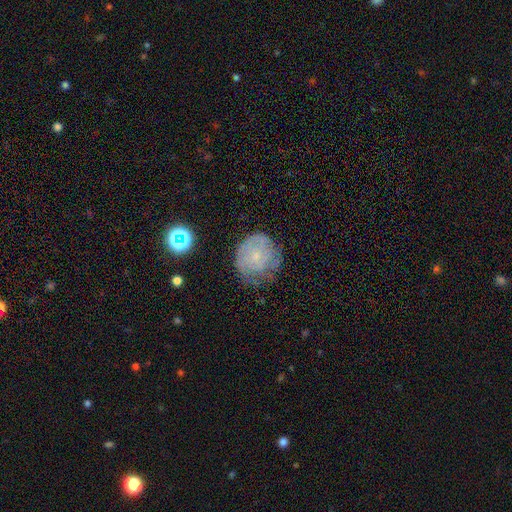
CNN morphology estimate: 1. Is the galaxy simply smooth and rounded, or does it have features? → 57% featured or disk, 33% smooth, 11% star or artifact.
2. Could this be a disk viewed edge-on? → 97% no, 3% yes.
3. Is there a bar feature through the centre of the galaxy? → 83% no, 14% weak, 2% strong.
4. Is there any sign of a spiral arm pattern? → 75% yes, 25% no.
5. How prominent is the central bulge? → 81% small, 11% moderate, 5% none, 1% large, 1% dominant.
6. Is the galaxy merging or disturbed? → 58% none, 27% minor disturbance, 13% major disturbance, 2% merger.